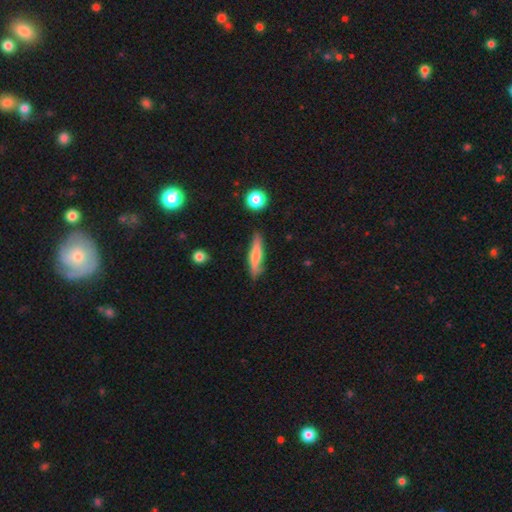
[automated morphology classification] Q: Smooth or featured?
A: smooth (63%); runner-up: featured or disk (31%)
Q: How rounded?
A: cigar-shaped (80%); runner-up: in between (17%)
Q: Merging?
A: none (80%); runner-up: minor disturbance (15%)